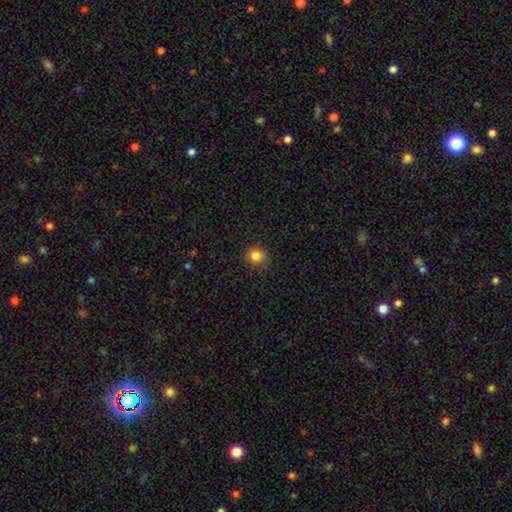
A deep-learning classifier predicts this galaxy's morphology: A smooth galaxy with no disk features (84%) that is round (80%).

Vote fractions:
- Smooth or featured? smooth: 84% / star or artifact: 11% / featured or disk: 5%
- How rounded? round: 80% / in between: 19% / cigar-shaped: 1%
- Merging? none: 85% / minor disturbance: 11% / major disturbance: 3% / merger: 1%